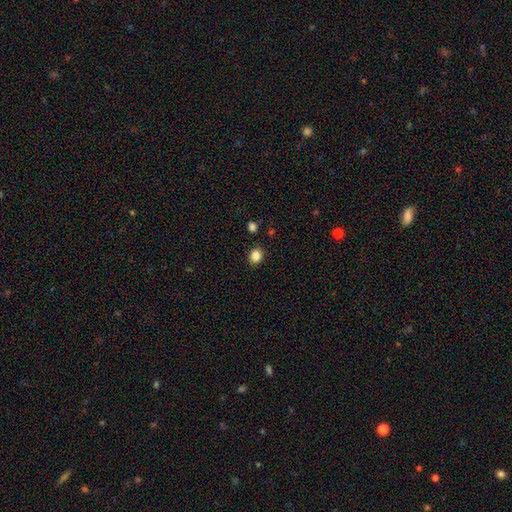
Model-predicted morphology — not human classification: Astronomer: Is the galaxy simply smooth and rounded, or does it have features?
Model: smooth — 86%.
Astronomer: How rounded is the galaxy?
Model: round — 69%.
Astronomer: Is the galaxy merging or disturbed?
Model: none — 88%.